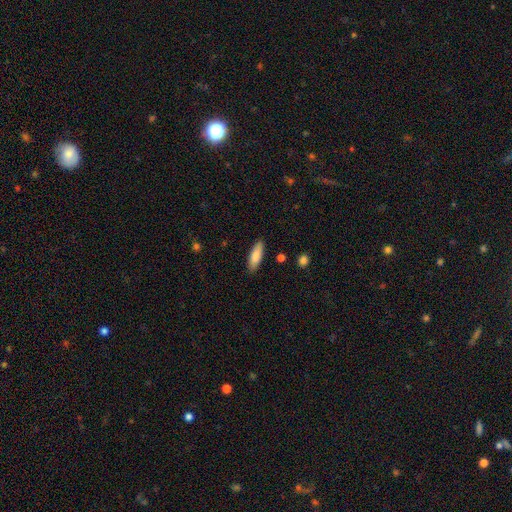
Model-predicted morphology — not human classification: Smooth or featured? Predicted: smooth (p=0.84). How rounded? Predicted: in between (p=0.53). Merging? Predicted: none (p=0.88).